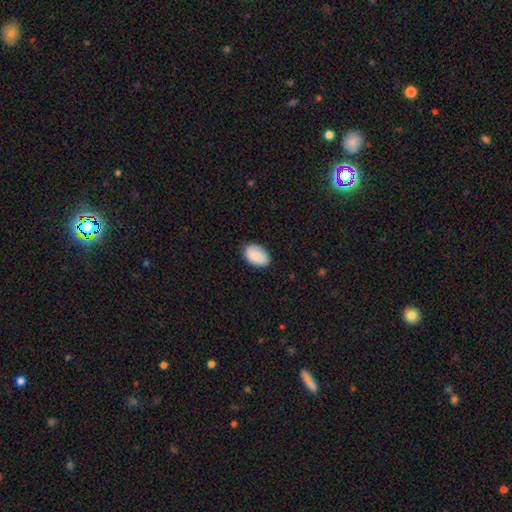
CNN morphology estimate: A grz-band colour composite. It shows a smooth galaxy with no disk features (89%) that is in between round and cigar-shaped (91%). Merging: none (82%).